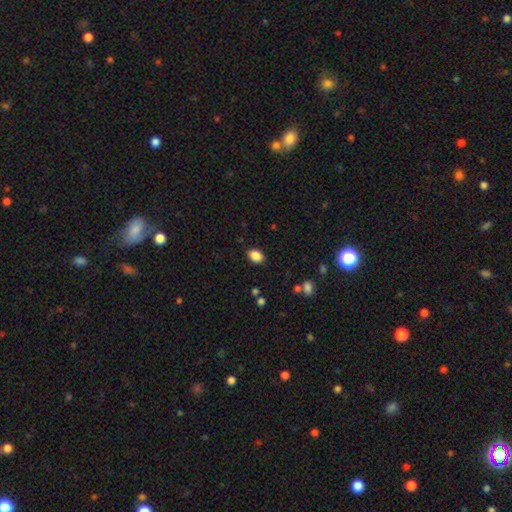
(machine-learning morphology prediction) type=smooth (87%); roundness=in between (75%); merging=none (88%).